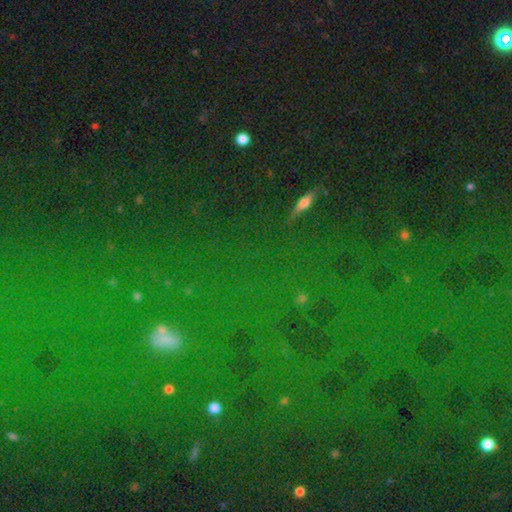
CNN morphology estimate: Overall: star or artifact (76%).